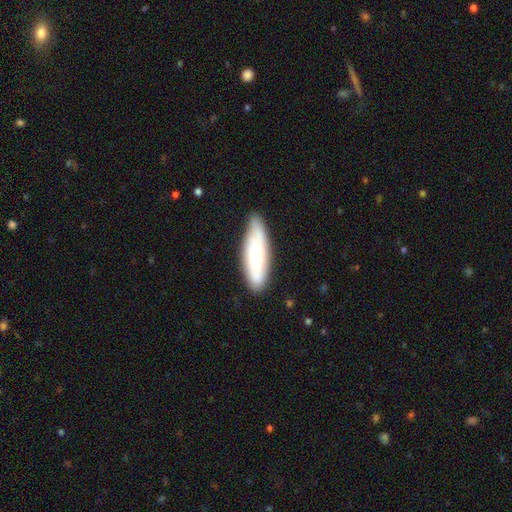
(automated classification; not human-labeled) A smooth galaxy with no disk features (64%) that is cigar-shaped (52%). Merging: none (79%).